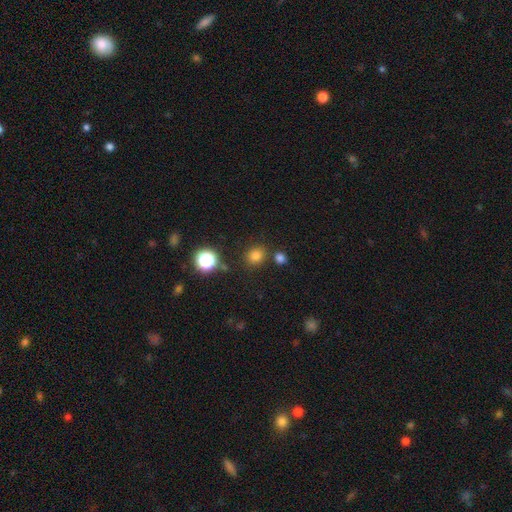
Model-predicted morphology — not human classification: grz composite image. It shows a smooth galaxy with no disk features (77%) that is round (75%). Merging: none (81%).